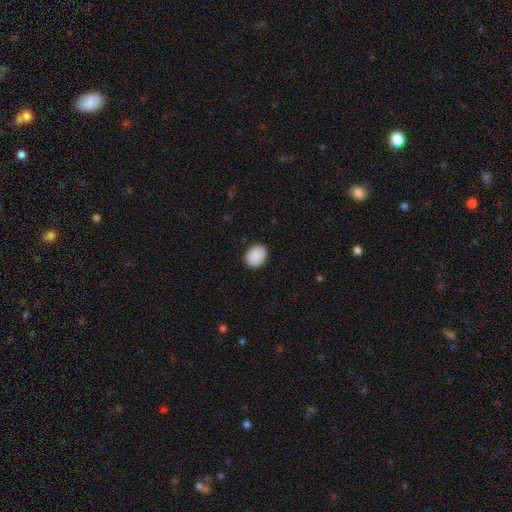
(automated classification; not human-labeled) Smooth or featured? Predicted: smooth (p=0.90). How rounded? Predicted: in between (p=0.56). Merging? Predicted: none (p=0.88).